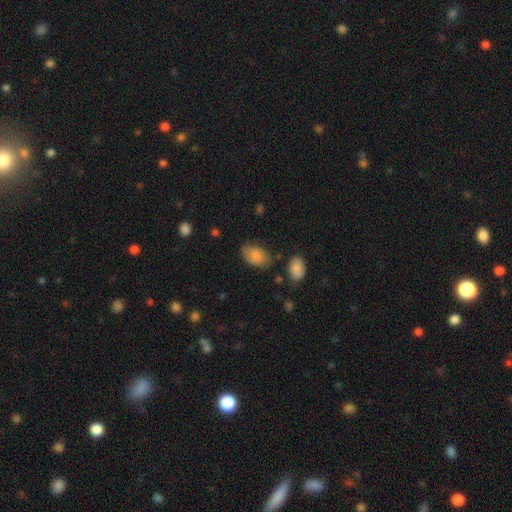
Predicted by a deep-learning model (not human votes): Smooth or featured? smooth (85%)
How rounded? in between (91%)
Merging? none (71%)